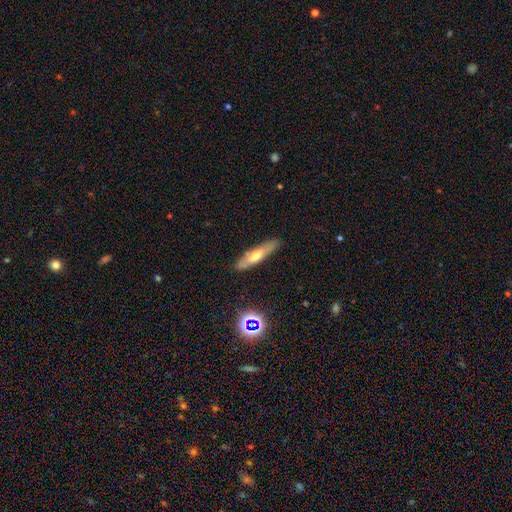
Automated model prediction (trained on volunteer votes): Morphology: type=smooth (46%); merging=none (85%).